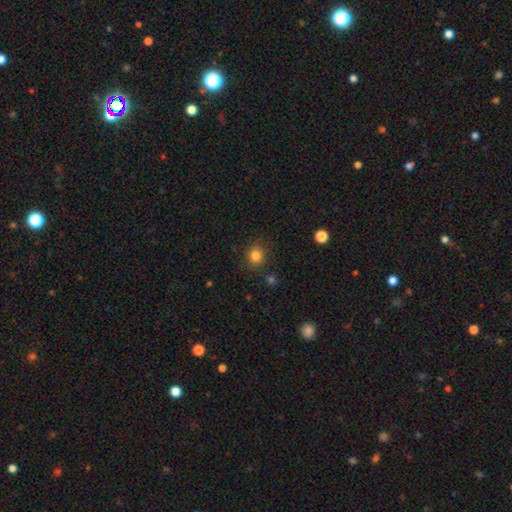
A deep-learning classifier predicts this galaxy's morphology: Smooth or featured: smooth — 82% (star or artifact — 13%)
How rounded: round — 80% (in between — 20%)
Merging: none — 85% (minor disturbance — 10%)